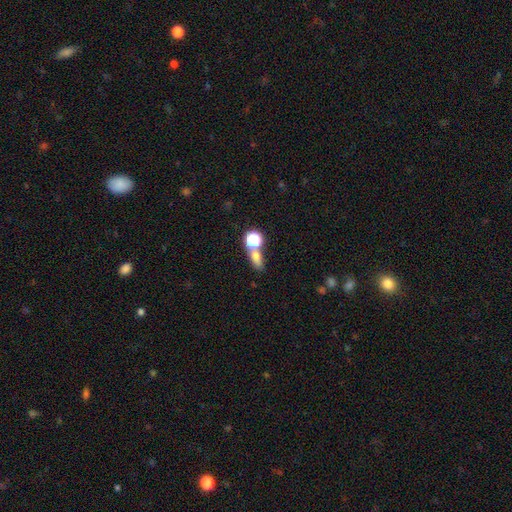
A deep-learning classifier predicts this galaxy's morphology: Overall: smooth (65%). How rounded: in between (55%; round 35%). Merging: none (51%; merger 33%).